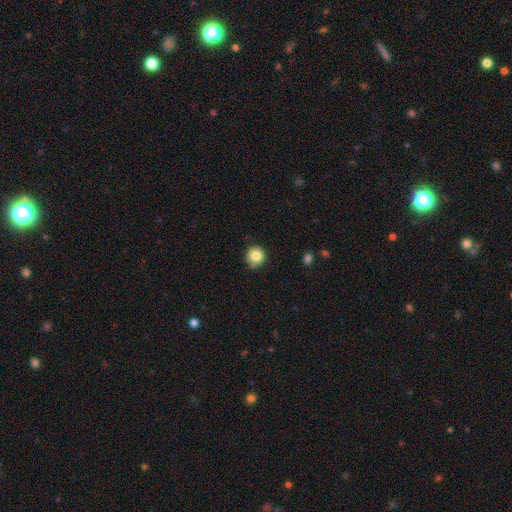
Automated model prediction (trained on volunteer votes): Overall: smooth (83%). How rounded: round (93%). Merging: none (77%).